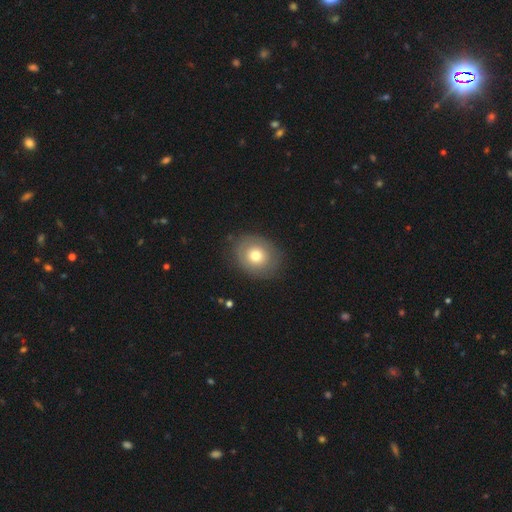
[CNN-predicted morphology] The model was most divided on "how rounded": round: 61%, in between: 38%, cigar-shaped: 1%. More confident: merging — none (84%); smooth or featured — smooth (69%).